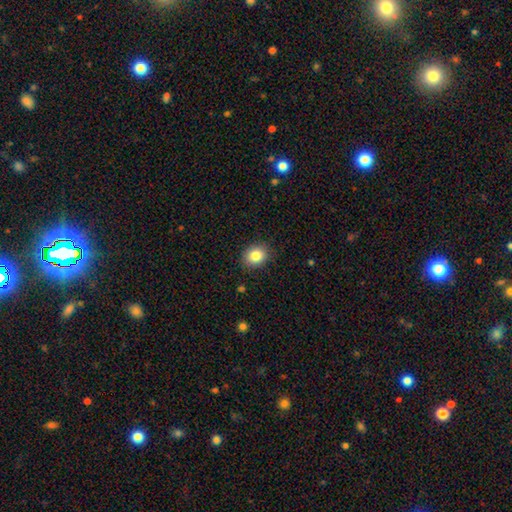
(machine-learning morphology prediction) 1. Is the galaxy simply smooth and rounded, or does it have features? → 84% smooth, 9% star or artifact, 7% featured or disk.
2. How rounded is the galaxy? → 54% round, 45% in between, 1% cigar-shaped.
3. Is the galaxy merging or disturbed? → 88% none, 9% minor disturbance, 2% major disturbance, 1% merger.